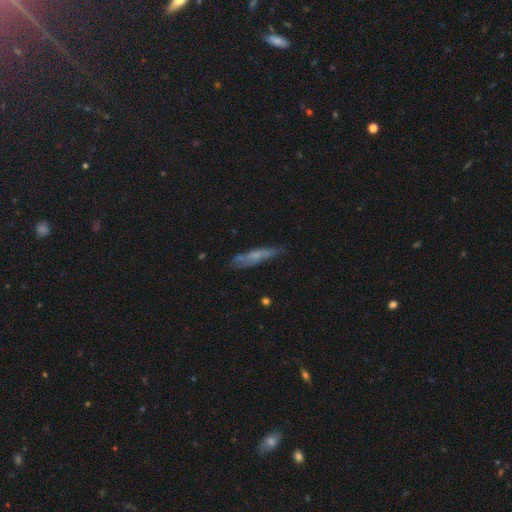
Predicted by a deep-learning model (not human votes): Q: Smooth or featured?
A: smooth (50%); runner-up: featured or disk (41%)
Q: Merging?
A: none (67%); runner-up: minor disturbance (23%)